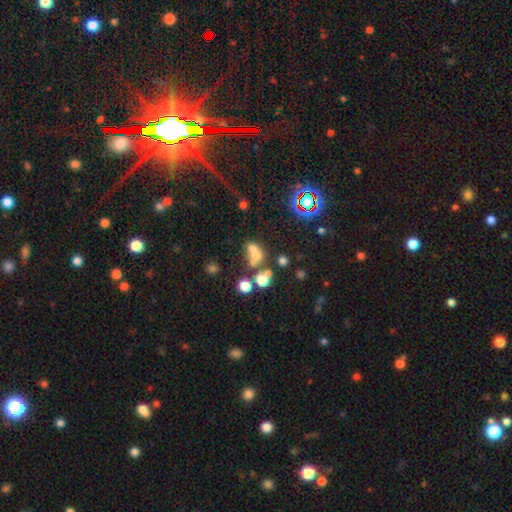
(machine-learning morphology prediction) smooth 54%, star or artifact 24%, featured or disk 22%. Down the decision tree: how rounded — round (56%); merging — merger (51%).